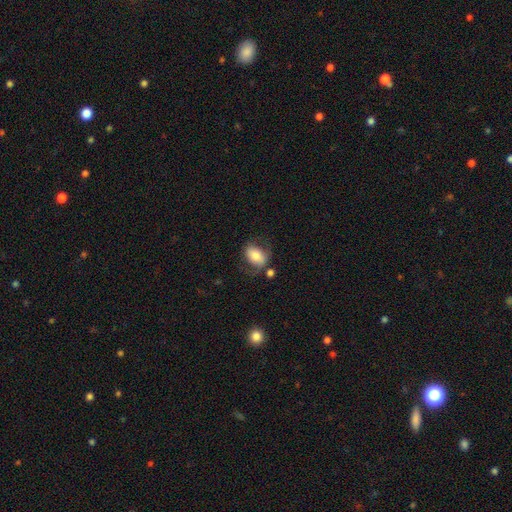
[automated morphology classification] A smooth galaxy with no disk features (65%) that is in between round and cigar-shaped (80%). Merging: none (53%).